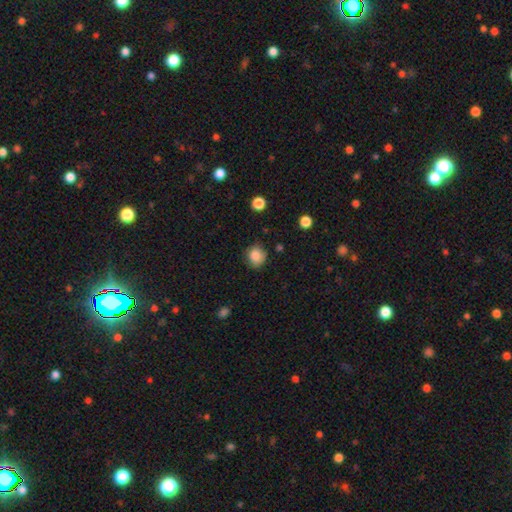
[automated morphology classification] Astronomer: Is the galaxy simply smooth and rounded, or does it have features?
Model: smooth — 84%.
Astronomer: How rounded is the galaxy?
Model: round — 80%.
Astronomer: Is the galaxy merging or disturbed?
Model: none — 79%.